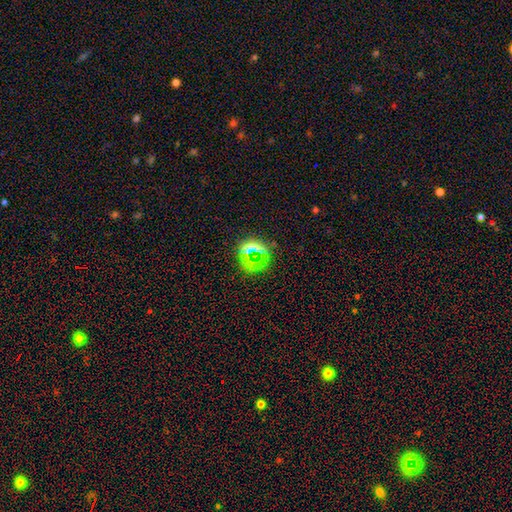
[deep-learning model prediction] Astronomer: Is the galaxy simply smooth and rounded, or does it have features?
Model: star or artifact — 63%.